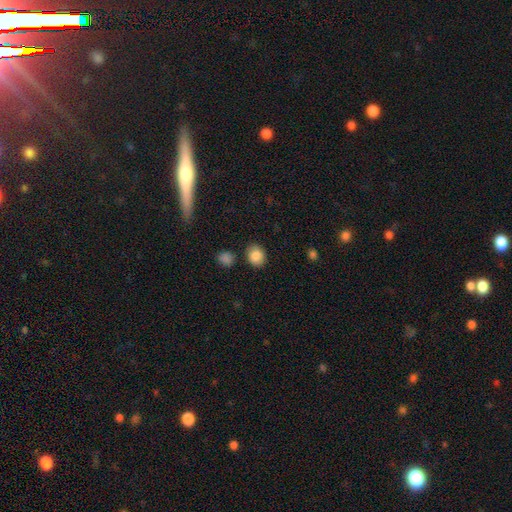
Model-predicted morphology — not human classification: Smooth or featured?
  - smooth: 86% *
  - star or artifact: 9%
  - featured or disk: 6%
How rounded?
  - round: 56% *
  - in between: 42%
  - cigar-shaped: 1%
Merging?
  - none: 84% *
  - minor disturbance: 10%
  - merger: 3%
  - major disturbance: 3%